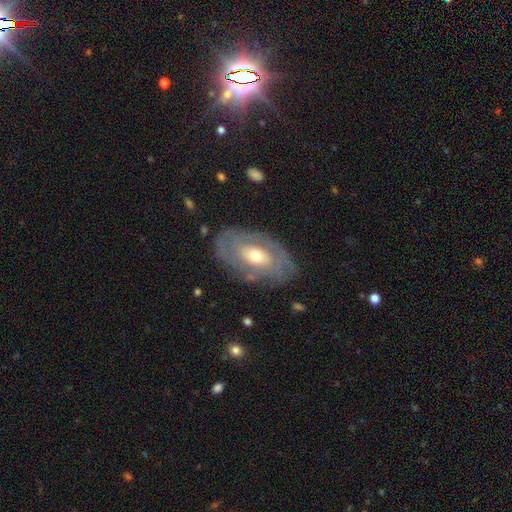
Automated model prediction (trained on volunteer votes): Morphology: type=featured or disk (69%); edge-on=no (92%); bar=no (69%); spiral arms=yes (63%); bulge=moderate (60%); merging=none (75%).